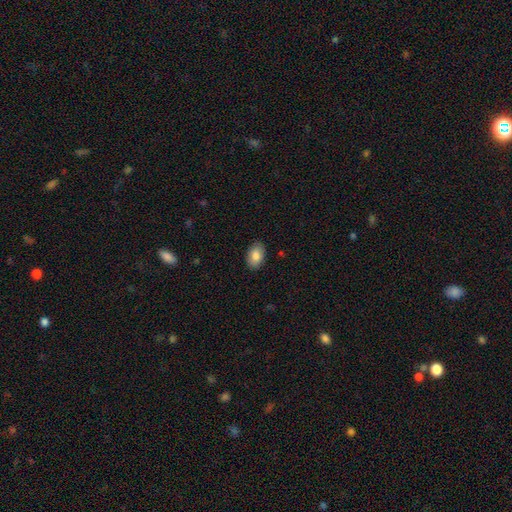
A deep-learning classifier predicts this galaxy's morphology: This is clearly a smooth galaxy (85%). How rounded: clearly in between (91%). Merging: clearly none (88%).